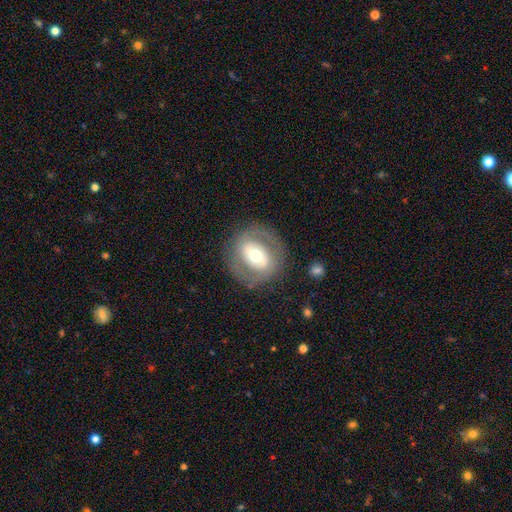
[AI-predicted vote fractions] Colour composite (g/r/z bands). It shows a featured or disk galaxy (57%) with a weak bar (34%), no spiral arms (70%) and a moderate central bulge (67%). Merging: none (78%).